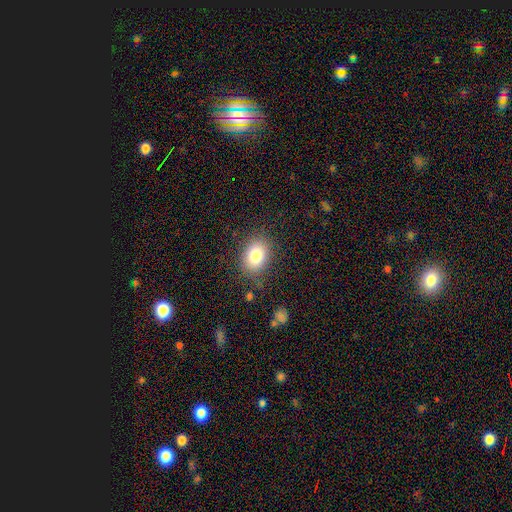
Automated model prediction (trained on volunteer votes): This is clearly a smooth galaxy (81%). How rounded: likely in between (67%). Merging: clearly none (81%).